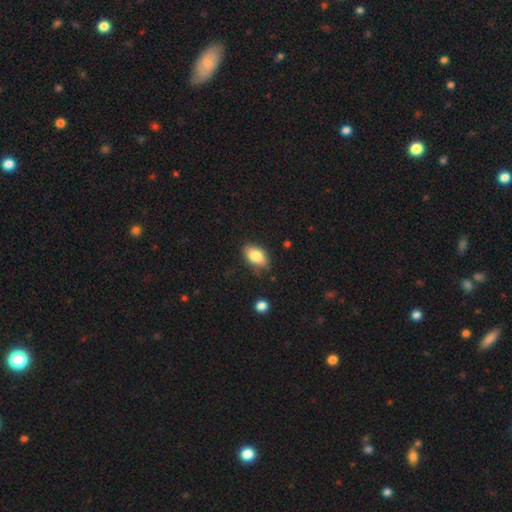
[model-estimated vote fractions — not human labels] Smooth or featured: smooth — 84% (featured or disk — 9%)
How rounded: in between — 91% (round — 7%)
Merging: none — 76% (minor disturbance — 18%)